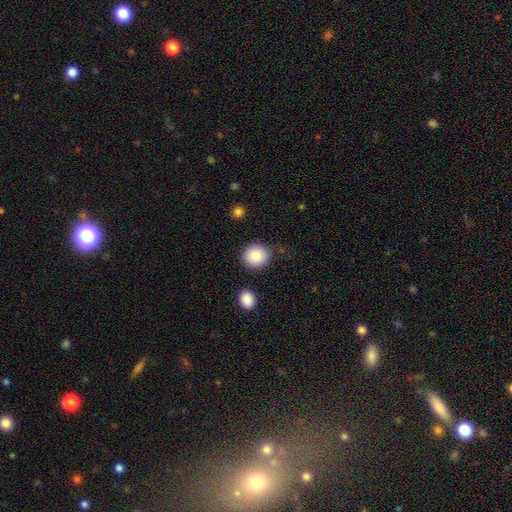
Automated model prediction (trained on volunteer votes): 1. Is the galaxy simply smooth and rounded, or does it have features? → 86% smooth, 8% star or artifact, 6% featured or disk.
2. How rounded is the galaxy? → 82% round, 17% in between, 1% cigar-shaped.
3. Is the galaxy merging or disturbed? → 85% none, 9% minor disturbance, 3% merger, 3% major disturbance.